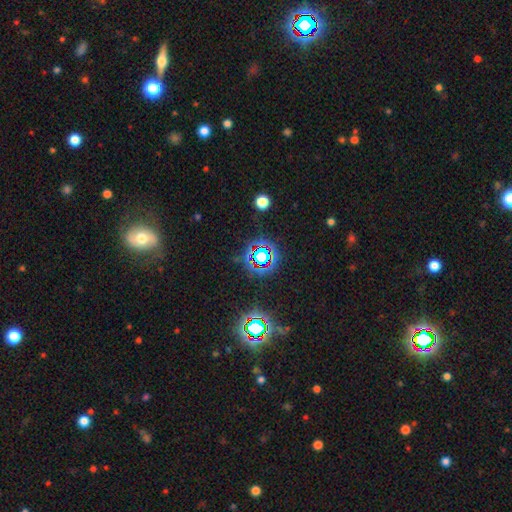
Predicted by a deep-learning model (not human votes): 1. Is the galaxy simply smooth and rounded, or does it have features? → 74% star or artifact, 14% smooth, 12% featured or disk.